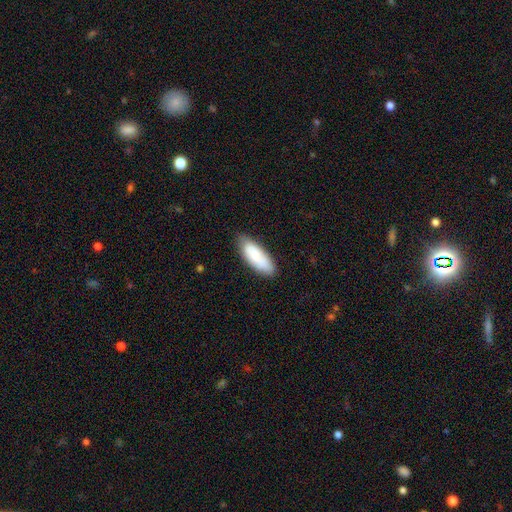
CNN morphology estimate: Overall: smooth (80%). How rounded: in between (71%). Merging: none (76%).